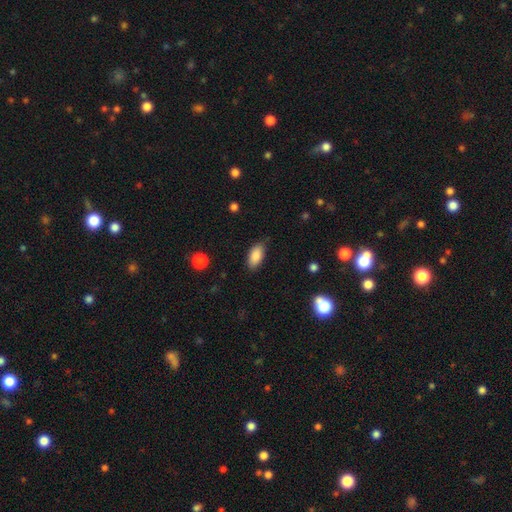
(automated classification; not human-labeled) Overall: smooth (87%). How rounded: in between (91%). Merging: none (82%).